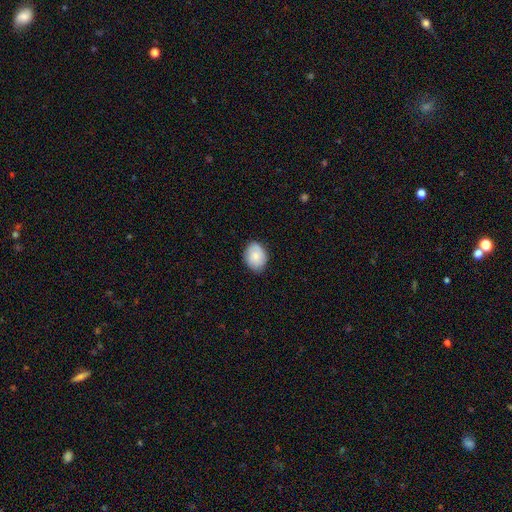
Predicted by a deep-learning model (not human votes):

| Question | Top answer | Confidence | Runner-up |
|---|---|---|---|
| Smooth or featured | smooth | 81% | featured or disk (12%) |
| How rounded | in between | 63% | round (36%) |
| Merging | none | 81% | minor disturbance (15%) |